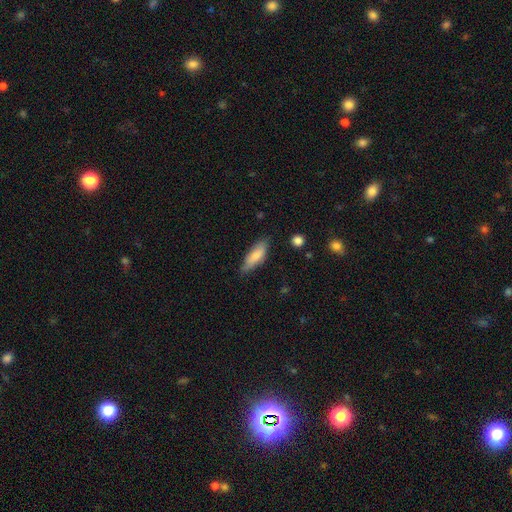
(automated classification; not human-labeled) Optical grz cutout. It shows a smooth galaxy with no disk features (75%) that is in between round and cigar-shaped (62%). Merging: none (70%).